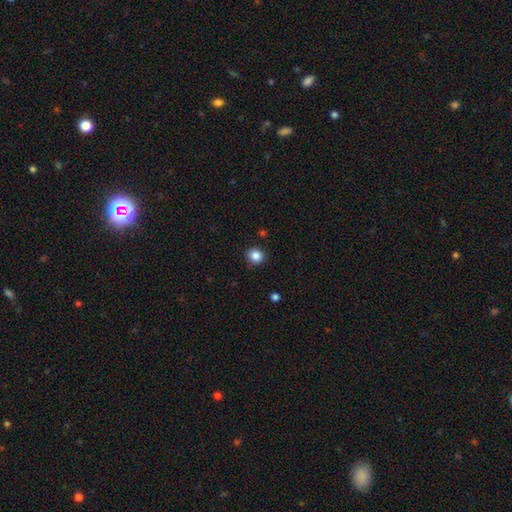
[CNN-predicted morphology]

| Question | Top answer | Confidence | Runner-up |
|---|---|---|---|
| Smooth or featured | smooth | 85% | star or artifact (11%) |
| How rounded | round | 85% | in between (14%) |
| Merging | none | 90% | minor disturbance (7%) |